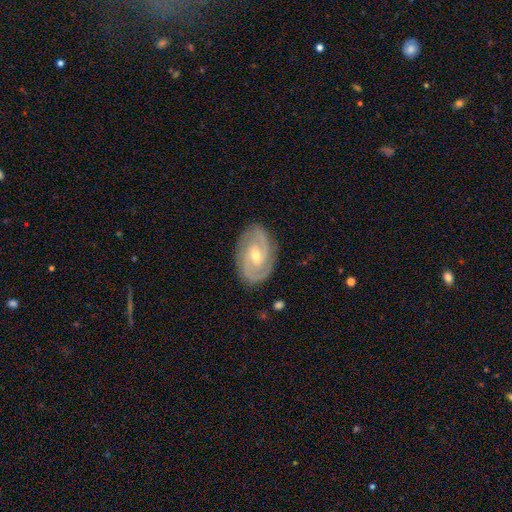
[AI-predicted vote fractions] smooth-or-featured: featured or disk: 86% | smooth: 9% | star or artifact: 5%
  disk-edge-on: no: 96% | yes: 4%
    bar: weak: 44% (tied) | no: 44% (tied) | strong: 12%
    has-spiral-arms: yes: 96% | no: 4%
      spiral-winding: tight: 55% | medium: 38% | loose: 8%
      spiral-arm-count: 2: 75% | 3: 11% | can't tell: 8% | 1: 2% | 4: 2% | more than 4: 2%
    bulge-size: moderate: 50% | small: 47% | large: 2% | none: 1% | dominant: 1%
  merging: none: 84% | minor disturbance: 12% | major disturbance: 3% | merger: 1%